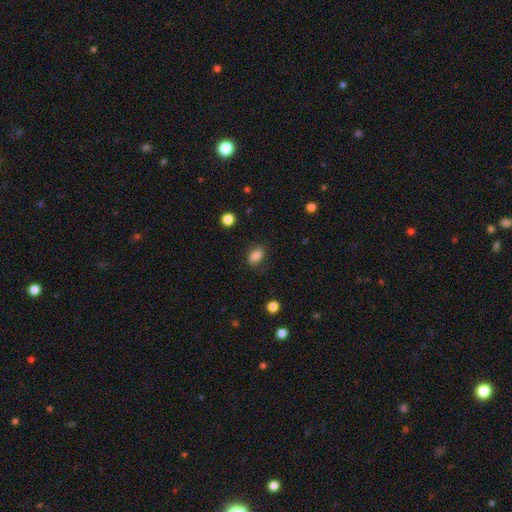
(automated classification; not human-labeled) This is clearly a smooth galaxy (85%). How rounded: clearly in between (81%). Merging: likely none (79%).